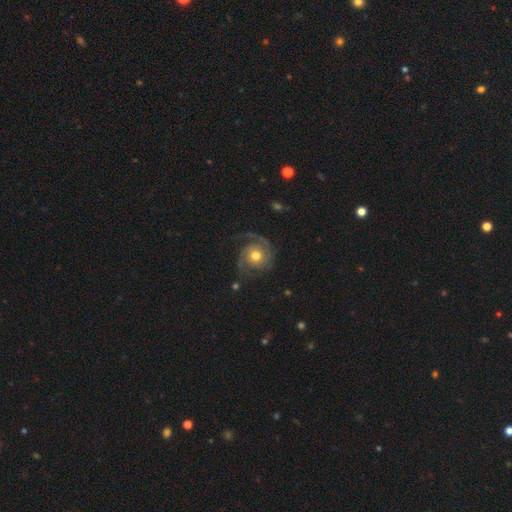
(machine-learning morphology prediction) type=featured or disk (86%); edge-on=no (98%); bar=no (79%); spiral arms=yes (97%); winding=medium (43%, tied with tight); arm count=2 (64%); bulge=moderate (74%); merging=none (73%).